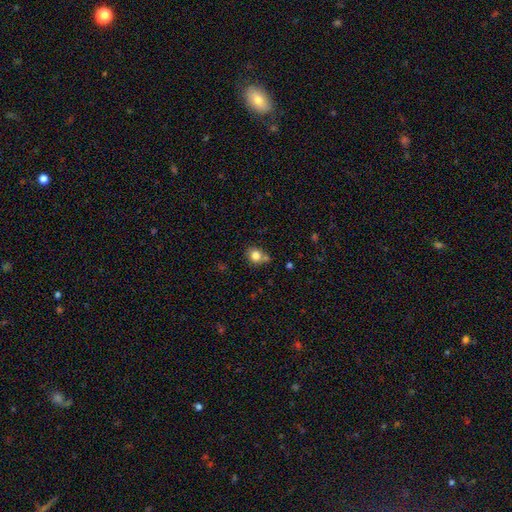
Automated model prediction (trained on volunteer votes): smooth_or_featured: smooth (p=0.81) [alt: star or artifact p=0.11]
how_rounded: round (p=0.79) [alt: in between p=0.20]
merging: none (p=0.61) [alt: merger p=0.19]